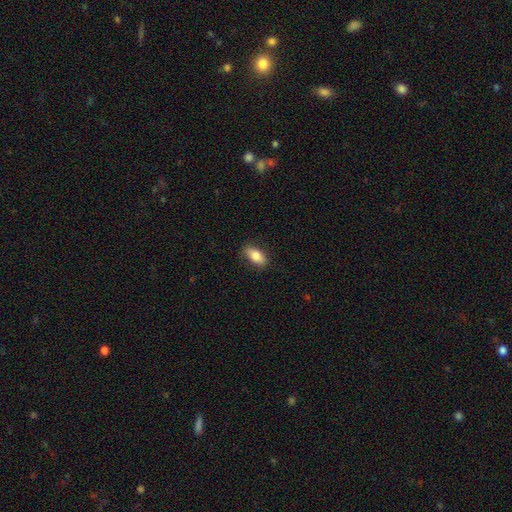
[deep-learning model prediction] smooth_or_featured: smooth (p=0.81) [alt: featured or disk p=0.12]
how_rounded: in between (p=0.86) [alt: cigar-shaped p=0.09]
merging: none (p=0.84) [alt: minor disturbance p=0.12]